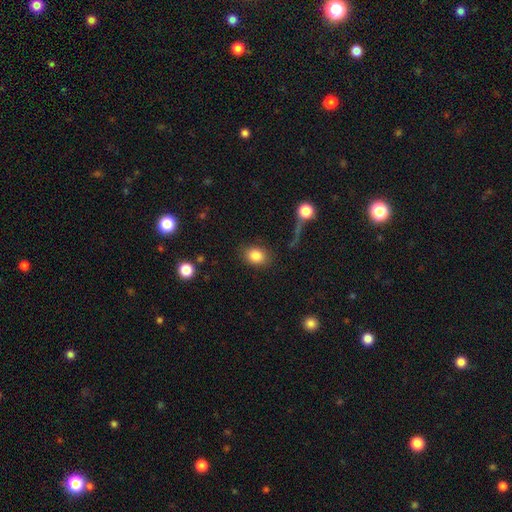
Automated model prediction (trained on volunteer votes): Smooth or featured? Predicted: smooth (p=0.85). How rounded? Predicted: in between (p=0.57). Merging? Predicted: none (p=0.81).